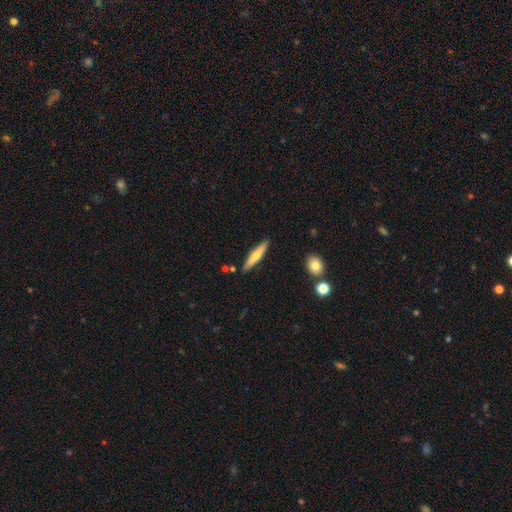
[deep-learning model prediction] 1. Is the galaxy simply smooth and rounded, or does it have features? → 54% smooth, 40% featured or disk, 6% star or artifact.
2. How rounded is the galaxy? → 89% cigar-shaped, 10% in between, 2% round.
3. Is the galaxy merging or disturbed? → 88% none, 8% minor disturbance, 3% merger, 2% major disturbance.